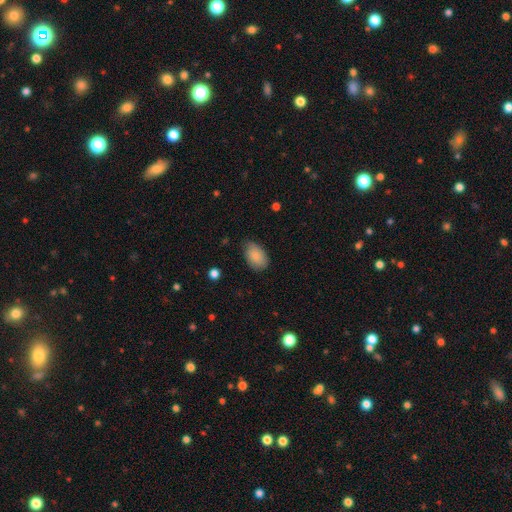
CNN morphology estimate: The model was most divided on "merging": none: 74%, minor disturbance: 21%, major disturbance: 4%, merger: 1%. More confident: how rounded — in between (90%); smooth or featured — smooth (86%).